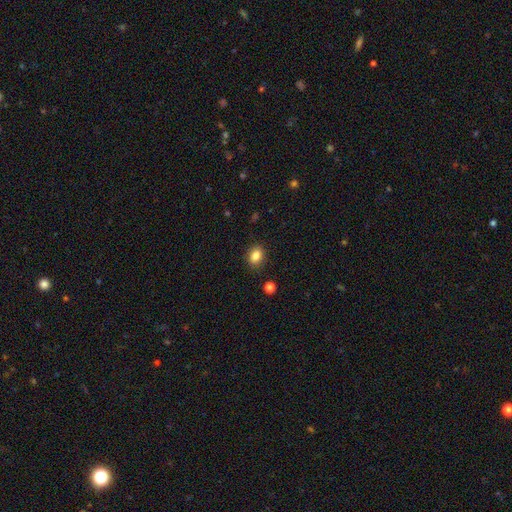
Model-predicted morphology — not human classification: Smooth or featured? Predicted: smooth (p=0.85). How rounded? Predicted: in between (p=0.61). Merging? Predicted: none (p=0.87).